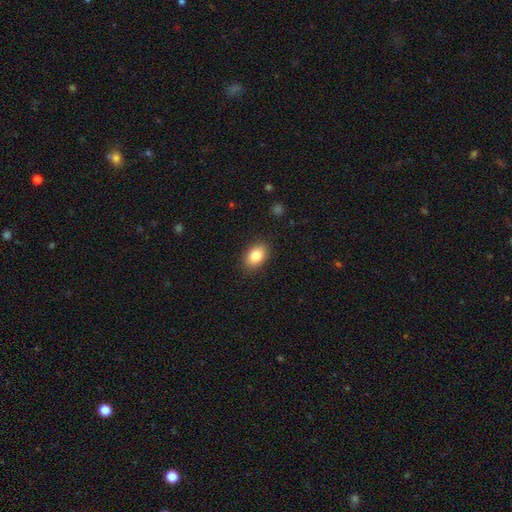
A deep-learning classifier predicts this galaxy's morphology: The model was most divided on "how rounded": in between: 84%, round: 15%, cigar-shaped: 1%. More confident: merging — none (88%); smooth or featured — smooth (85%).